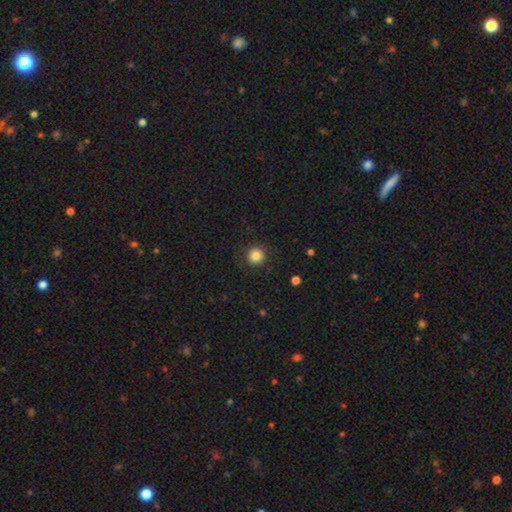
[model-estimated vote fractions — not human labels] A smooth galaxy with no disk features (84%) that is round (95%). Merging: none (91%).